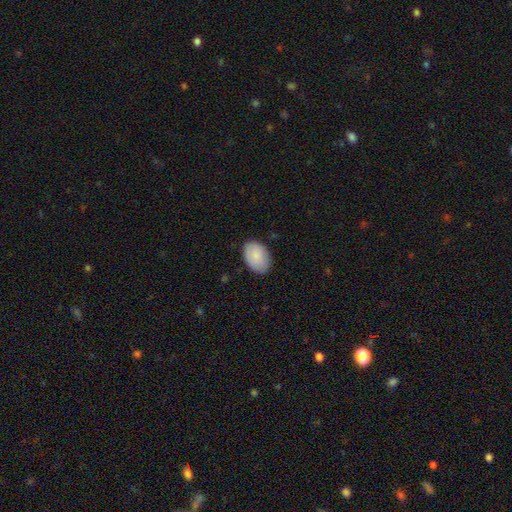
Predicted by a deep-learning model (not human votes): smooth-or-featured: smooth: 87% | featured or disk: 7% | star or artifact: 6%
  how-rounded: in between: 88% | round: 11% | cigar-shaped: 1%
  merging: none: 85% | minor disturbance: 12% | major disturbance: 2% | merger: 1%